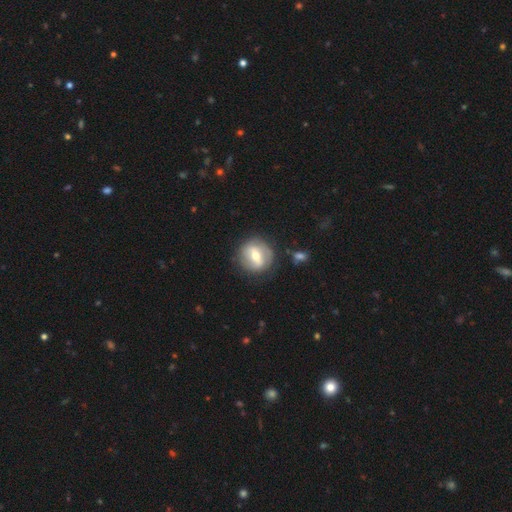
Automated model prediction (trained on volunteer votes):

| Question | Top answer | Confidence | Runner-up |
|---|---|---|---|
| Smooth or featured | featured or disk | 58% | smooth (35%) |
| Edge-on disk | no | 91% | yes (9%) |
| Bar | strong | 47% | weak (37%) |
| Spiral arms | no | 58% | yes (42%) |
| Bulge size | moderate | 70% | small (22%) |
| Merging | none | 81% | minor disturbance (12%) |